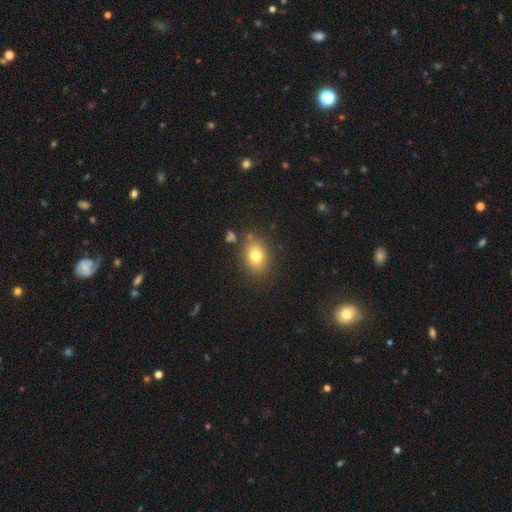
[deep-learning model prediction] Smooth or featured: smooth — 78% (star or artifact — 11%)
How rounded: in between — 63% (round — 36%)
Merging: none — 80% (minor disturbance — 12%)